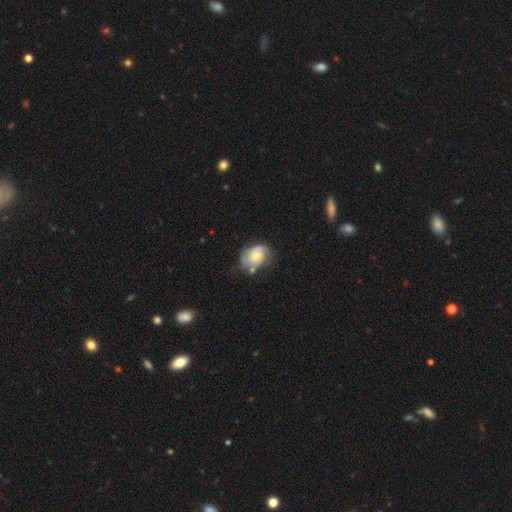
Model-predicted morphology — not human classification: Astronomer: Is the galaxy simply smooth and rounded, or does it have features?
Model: featured or disk — 56% (runner-up: smooth, 37%).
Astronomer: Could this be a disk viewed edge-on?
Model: no — 97%.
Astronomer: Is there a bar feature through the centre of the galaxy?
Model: no — 74%.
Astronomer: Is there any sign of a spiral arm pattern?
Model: yes — 83%.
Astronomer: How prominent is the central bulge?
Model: small — 44% (runner-up: moderate, 43%).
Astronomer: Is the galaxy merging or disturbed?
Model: none — 51% (runner-up: minor disturbance, 28%).